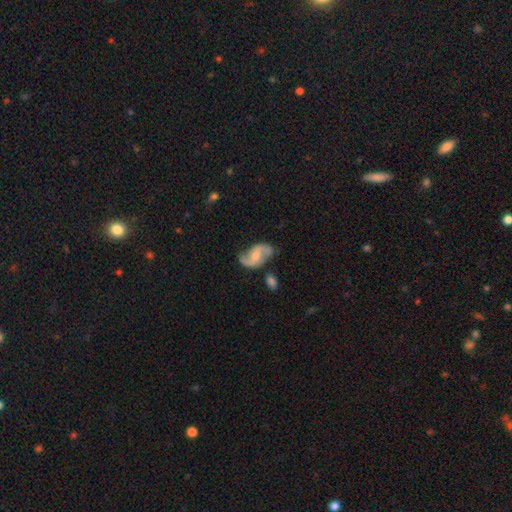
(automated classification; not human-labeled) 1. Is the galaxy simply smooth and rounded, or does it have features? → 82% featured or disk, 13% smooth, 5% star or artifact.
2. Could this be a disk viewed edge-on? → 97% no, 3% yes.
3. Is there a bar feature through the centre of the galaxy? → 47% weak, 39% no, 13% strong.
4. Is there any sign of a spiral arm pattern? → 94% yes, 6% no.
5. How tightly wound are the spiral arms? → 56% loose, 35% medium, 9% tight.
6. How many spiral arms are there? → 92% 2, 3% can't tell, 2% 1, 1% 3, 1% 4, 1% more than 4.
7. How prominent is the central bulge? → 47% moderate, 38% small, 10% none, 4% large, 1% dominant.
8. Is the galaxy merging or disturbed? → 68% none, 19% minor disturbance, 7% major disturbance, 6% merger.